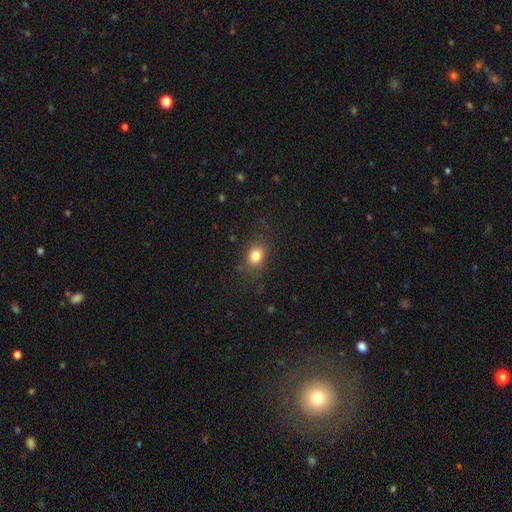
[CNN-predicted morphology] smooth_or_featured: smooth (p=0.81) [alt: star or artifact p=0.12]
how_rounded: in between (p=0.53) [alt: round p=0.45]
merging: none (p=0.82) [alt: minor disturbance p=0.12]